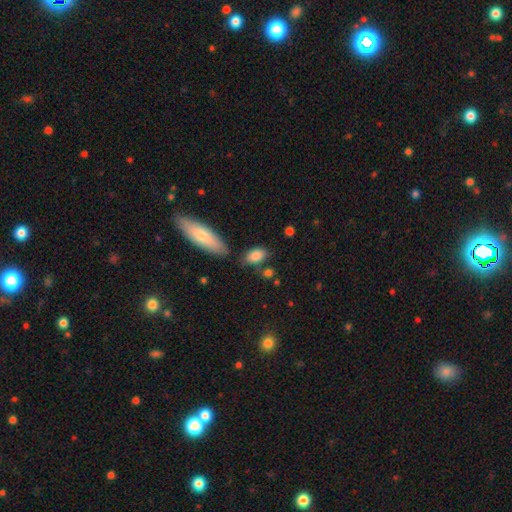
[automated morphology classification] Smooth or featured? Predicted: smooth (p=0.84). How rounded? Predicted: in between (p=0.87). Merging? Predicted: none (p=0.69).